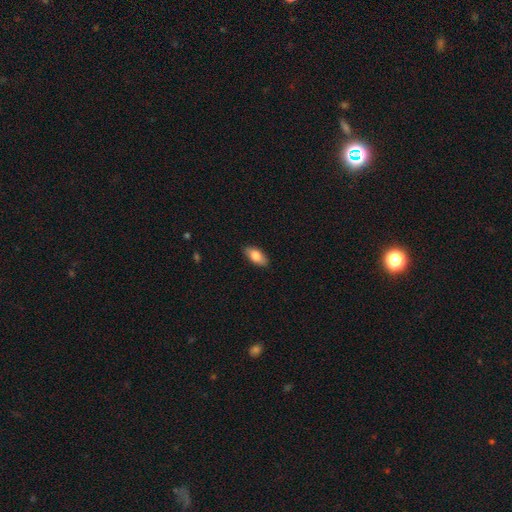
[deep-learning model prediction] smooth 80%, featured or disk 14%, star or artifact 6%. Down the decision tree: how rounded — in between (91%); merging — none (88%).